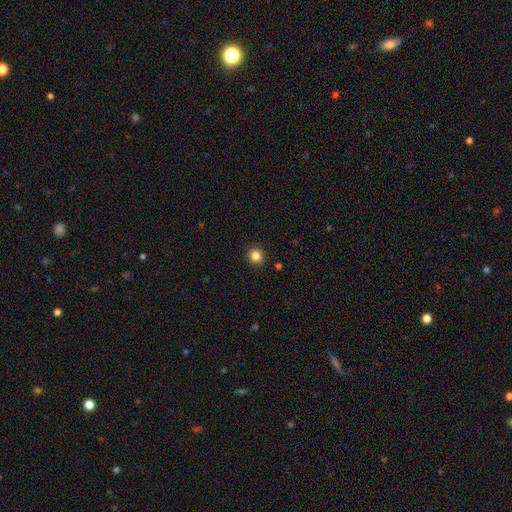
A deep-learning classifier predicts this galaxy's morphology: smooth-or-featured: smooth: 84% | star or artifact: 12% | featured or disk: 4%
  how-rounded: round: 92% | in between: 7% | cigar-shaped: 1%
  merging: none: 92% | minor disturbance: 5% | major disturbance: 2% | merger: 1%